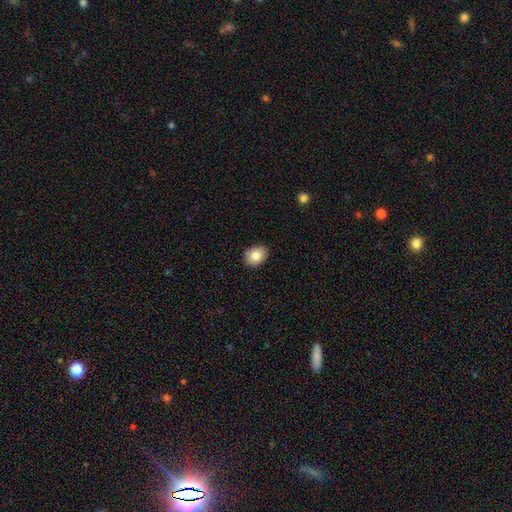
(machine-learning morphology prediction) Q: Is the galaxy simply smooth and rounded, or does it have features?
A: smooth — 83%.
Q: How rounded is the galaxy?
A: in between — 57%.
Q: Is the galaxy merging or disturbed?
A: none — 89%.